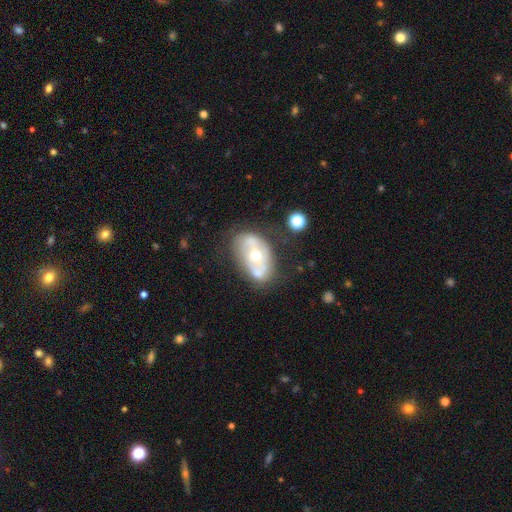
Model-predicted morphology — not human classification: The model was most divided on "spiral arms": no: 64%, yes: 36%. More confident: edge-on disk — no (93%); bulge size — moderate (73%); bar — no (66%); smooth or featured — featured or disk (65%); merging — none (57%).